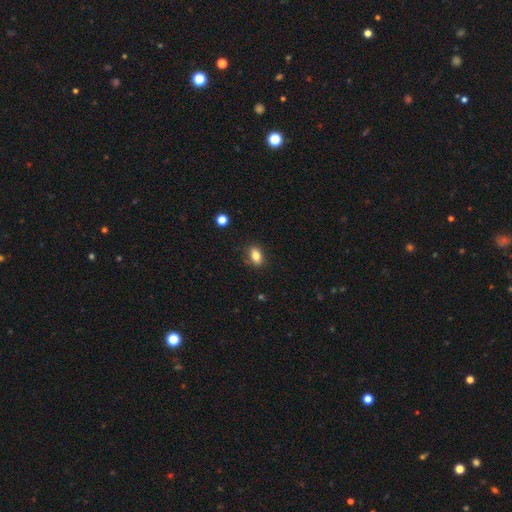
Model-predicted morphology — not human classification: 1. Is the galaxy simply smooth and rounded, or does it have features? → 82% smooth, 10% star or artifact, 8% featured or disk.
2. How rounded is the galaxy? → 82% in between, 15% round, 3% cigar-shaped.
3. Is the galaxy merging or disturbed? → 81% none, 14% minor disturbance, 3% major disturbance, 2% merger.